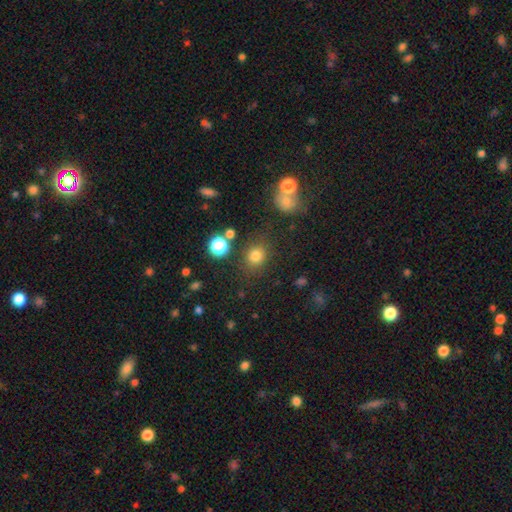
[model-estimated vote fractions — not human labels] Smooth or featured? Predicted: smooth (p=0.77). How rounded? Predicted: round (p=0.75). Merging? Predicted: none (p=0.79).